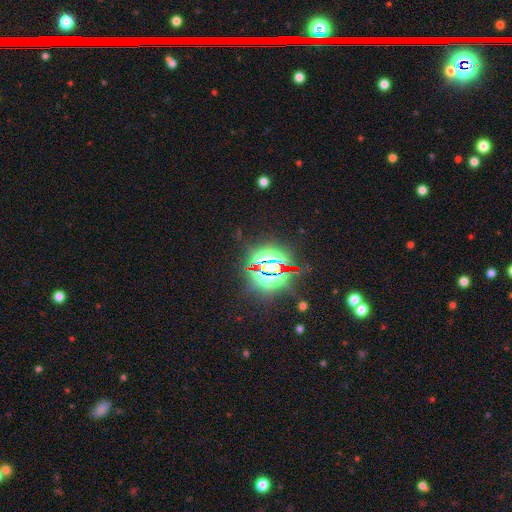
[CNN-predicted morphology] Q: Smooth or featured?
A: star or artifact (83%); runner-up: featured or disk (8%)